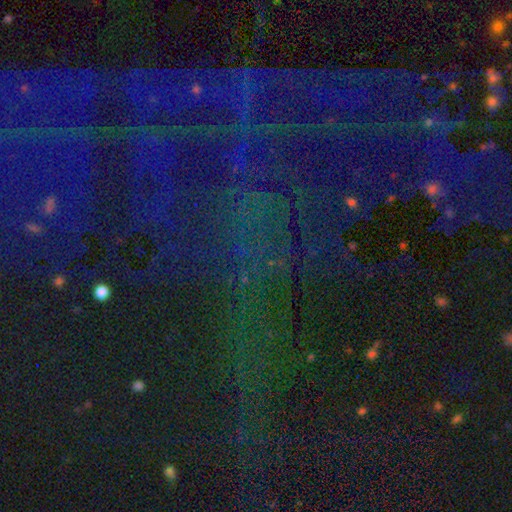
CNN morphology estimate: Q: Smooth or featured?
A: star or artifact (81%); runner-up: smooth (10%)